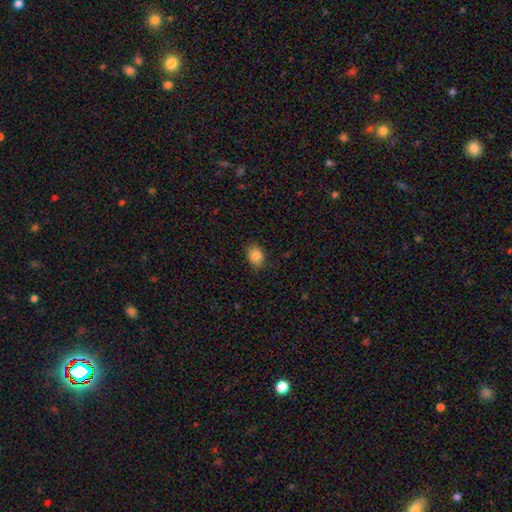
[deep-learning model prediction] smooth_or_featured: smooth (p=0.86) [alt: star or artifact p=0.09]
how_rounded: in between (p=0.67) [alt: round p=0.32]
merging: none (p=0.83) [alt: minor disturbance p=0.13]